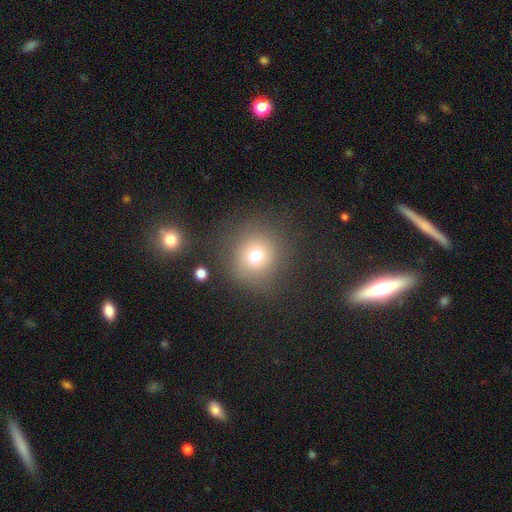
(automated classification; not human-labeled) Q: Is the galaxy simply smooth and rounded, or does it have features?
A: smooth — 71%.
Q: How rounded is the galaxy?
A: round — 92%.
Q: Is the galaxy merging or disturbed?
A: none — 81%.